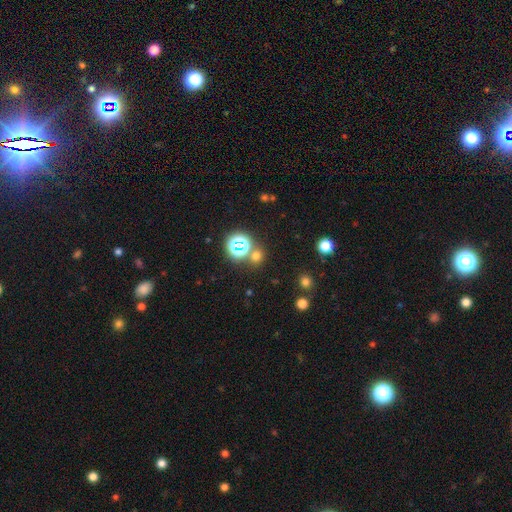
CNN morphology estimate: smooth 58%, star or artifact 35%, featured or disk 6%. Down the decision tree: how rounded — round (83%); merging — none (74%).